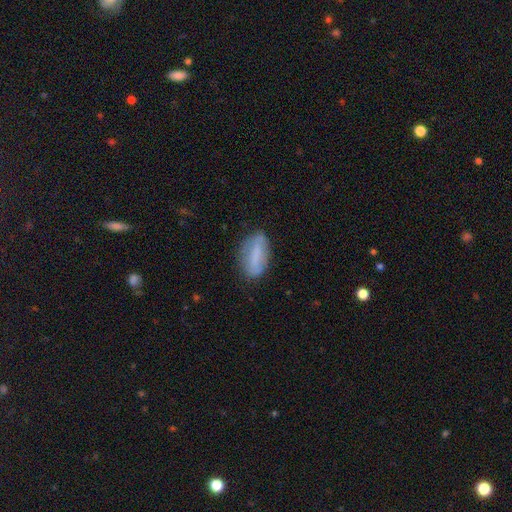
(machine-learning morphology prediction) Overall: smooth (62%; featured or disk 30%). How rounded: in between (84%). Merging: none (75%).